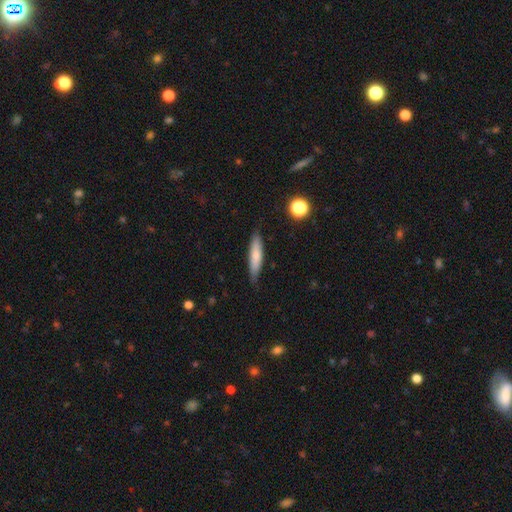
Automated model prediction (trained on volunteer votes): Smooth or featured? Predicted: smooth (p=0.74). How rounded? Predicted: cigar-shaped (p=0.82). Merging? Predicted: none (p=0.83).